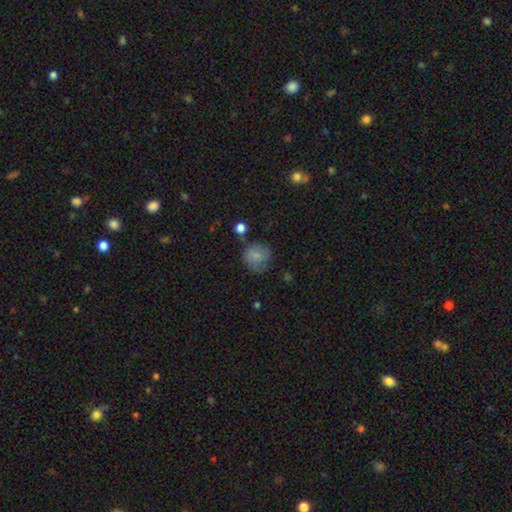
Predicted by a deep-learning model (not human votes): Smooth or featured?
  - smooth: 72% *
  - featured or disk: 17%
  - star or artifact: 10%
How rounded?
  - round: 82% *
  - in between: 17%
  - cigar-shaped: 1%
Merging?
  - none: 62% *
  - minor disturbance: 24%
  - major disturbance: 10%
  - merger: 4%